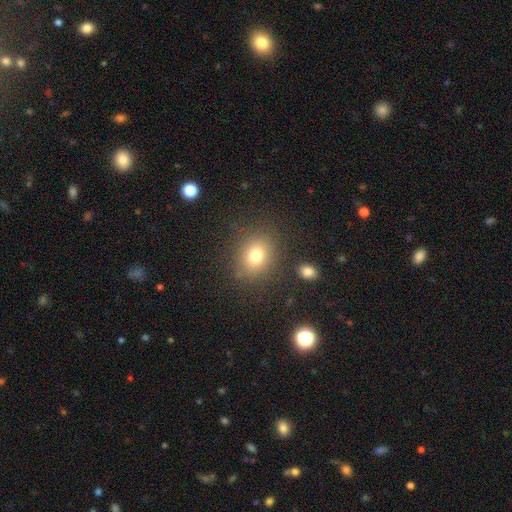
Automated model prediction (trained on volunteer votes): A smooth galaxy with no disk features (77%) that is round (54%). Merging: none (83%).